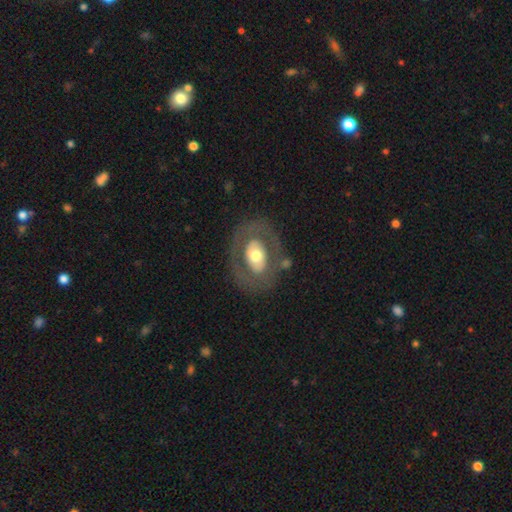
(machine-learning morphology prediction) Overall: featured or disk (53%; smooth 41%). Edge-on disk: no (92%). Merging: none (75%).